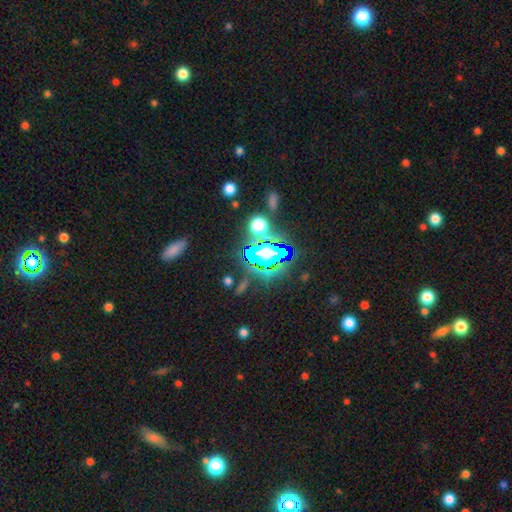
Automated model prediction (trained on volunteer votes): This is likely a star or artifact rather than a galaxy (79%).